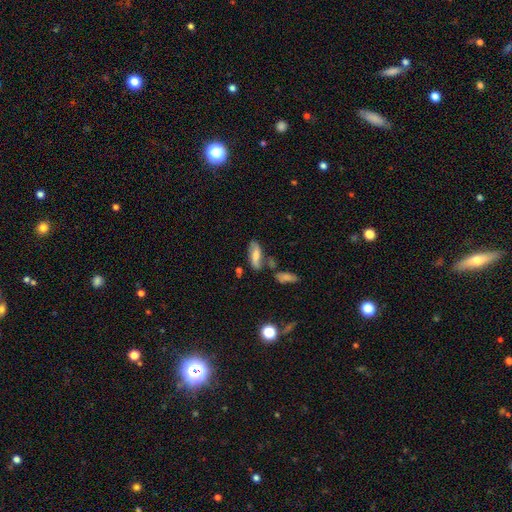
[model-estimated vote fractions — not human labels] This appears to be a smooth galaxy with no disk features (51%) that is in between round and cigar-shaped (69%). Merging: none (61%).